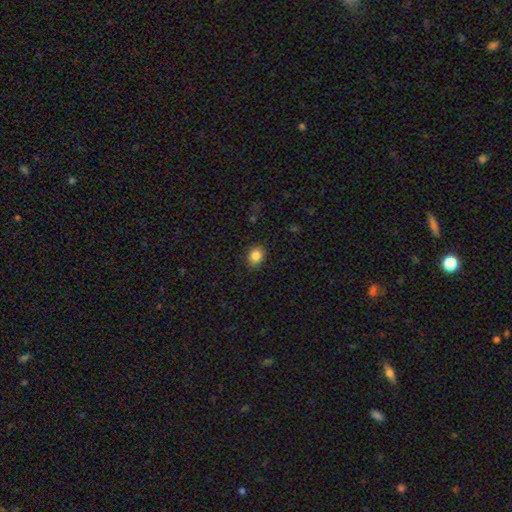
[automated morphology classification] type=smooth (85%); roundness=round (63%); merging=none (87%).